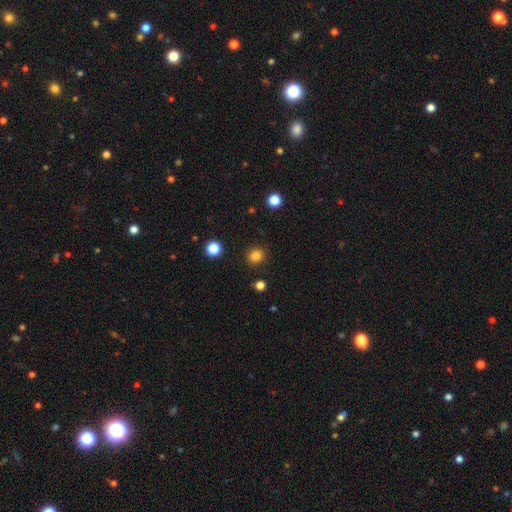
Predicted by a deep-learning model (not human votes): smooth 83%, star or artifact 13%, featured or disk 4%. Down the decision tree: how rounded — round (81%); merging — none (90%).